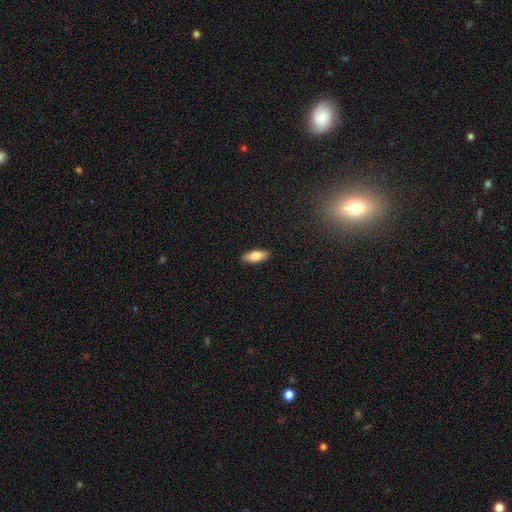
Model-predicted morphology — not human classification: This appears to be a smooth galaxy with no disk features (80%) that is in between round and cigar-shaped (78%). Merging: none (90%).